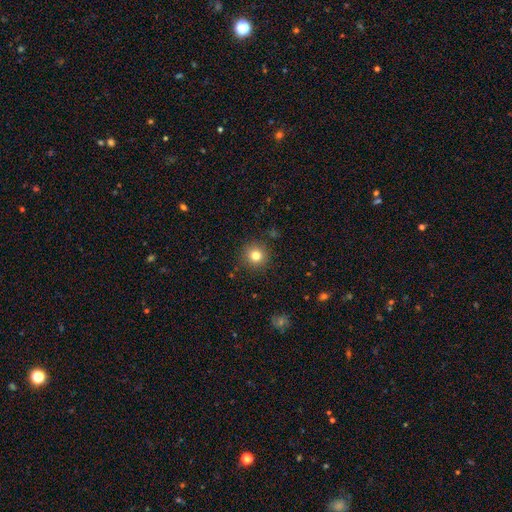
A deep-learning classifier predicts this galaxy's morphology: Q: Smooth or featured?
A: smooth (81%); runner-up: star or artifact (12%)
Q: How rounded?
A: round (94%); runner-up: in between (5%)
Q: Merging?
A: none (90%); runner-up: minor disturbance (6%)